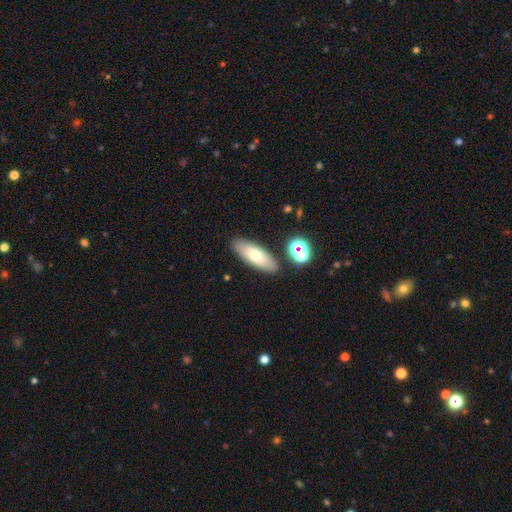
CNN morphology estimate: type=smooth (67%); roundness=in between (67%); merging=none (85%).